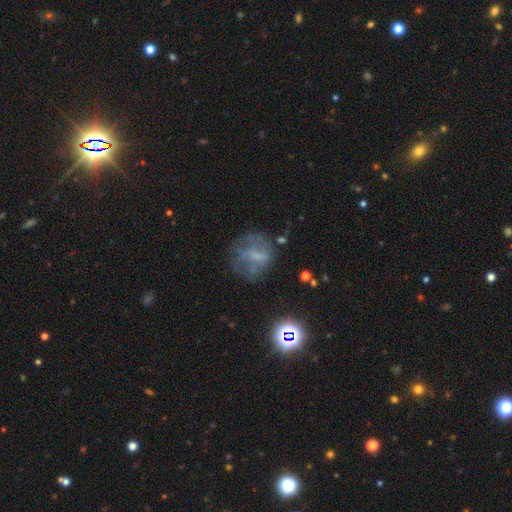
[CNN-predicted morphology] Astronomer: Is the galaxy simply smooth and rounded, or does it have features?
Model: featured or disk — 51% (runner-up: smooth, 31%).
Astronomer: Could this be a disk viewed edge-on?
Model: no — 97%.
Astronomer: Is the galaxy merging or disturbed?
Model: none — 54%.